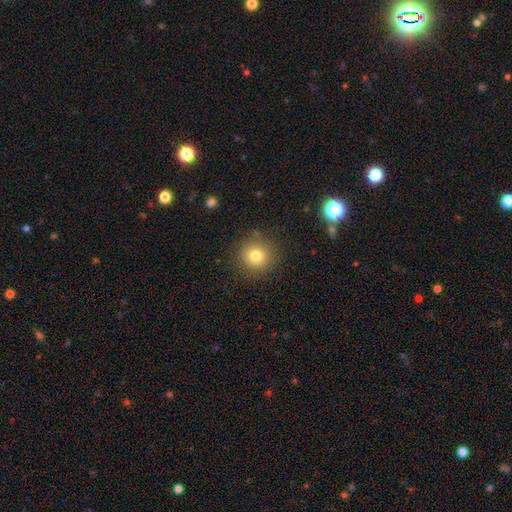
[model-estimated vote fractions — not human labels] smooth_or_featured: smooth (p=0.77) [alt: star or artifact p=0.14]
how_rounded: round (p=0.94) [alt: in between p=0.05]
merging: none (p=0.87) [alt: minor disturbance p=0.08]